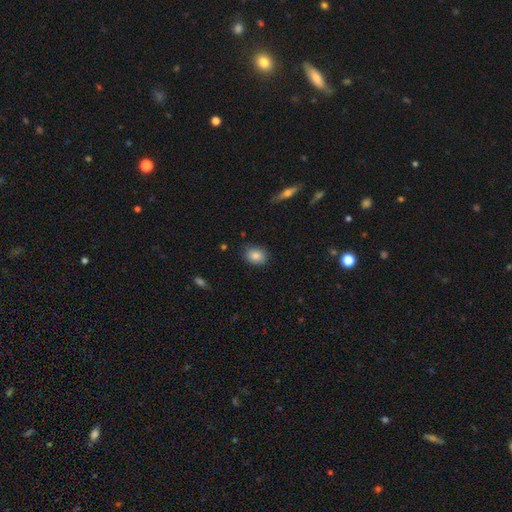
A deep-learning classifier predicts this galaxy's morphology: smooth_or_featured: smooth (p=0.85) [alt: star or artifact p=0.08]
how_rounded: in between (p=0.55) [alt: round p=0.44]
merging: none (p=0.84) [alt: minor disturbance p=0.12]